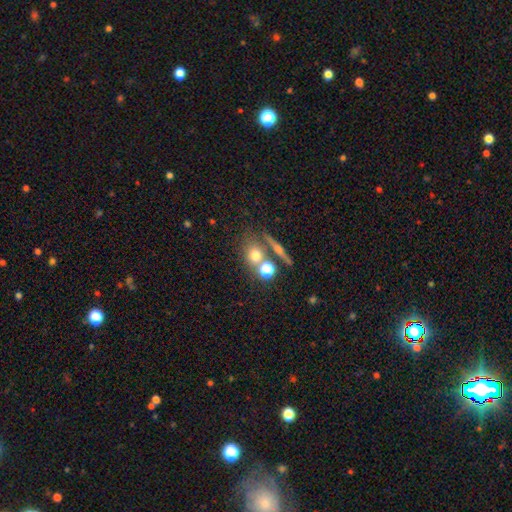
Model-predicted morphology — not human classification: Q: Smooth or featured?
A: smooth (65%); runner-up: featured or disk (19%)
Q: How rounded?
A: round (71%); runner-up: in between (24%)
Q: Merging?
A: none (56%); runner-up: merger (29%)